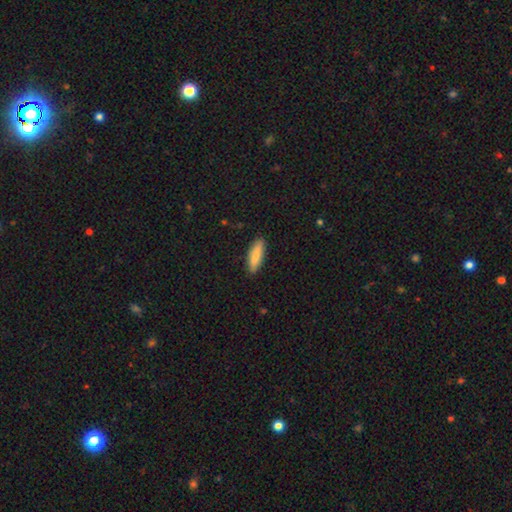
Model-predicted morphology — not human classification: Smooth or featured? smooth (83%)
How rounded? cigar-shaped (56%)
Merging? none (88%)